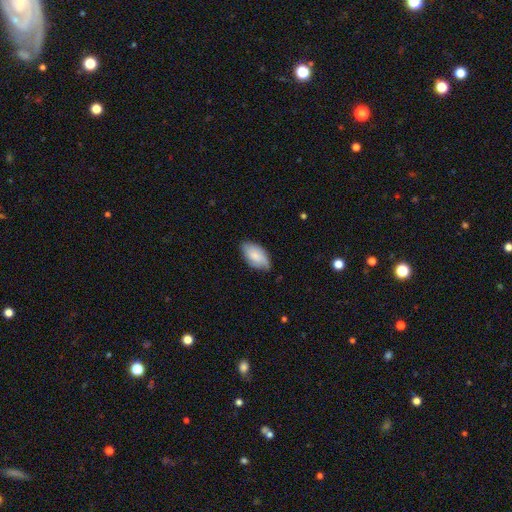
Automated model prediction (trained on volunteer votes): A smooth galaxy with no disk features (69%) that is in between round and cigar-shaped (94%). Merging: none (68%).